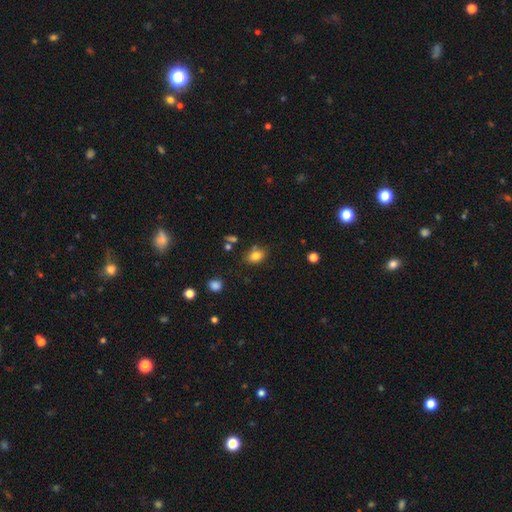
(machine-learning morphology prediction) The model was most divided on "how rounded": in between: 73%, round: 26%, cigar-shaped: 2%. More confident: smooth or featured — smooth (80%); merging — none (73%).